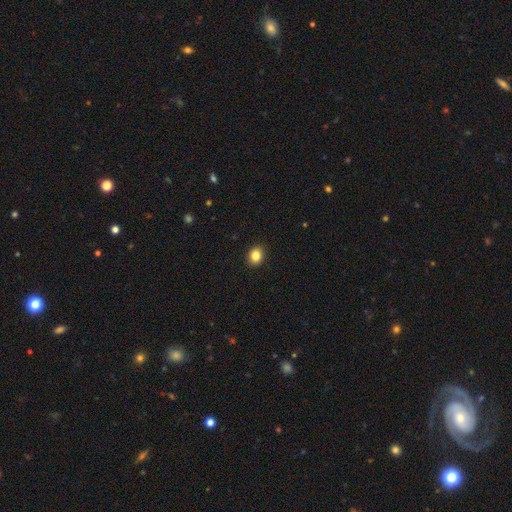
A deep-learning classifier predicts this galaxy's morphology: Overall: smooth (84%). How rounded: round (62%; in between 37%). Merging: none (91%).